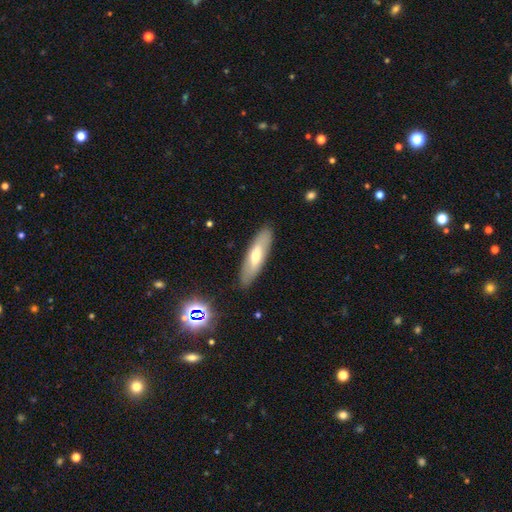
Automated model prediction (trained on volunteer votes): smooth_or_featured: smooth (p=0.54) [alt: featured or disk p=0.39]
how_rounded: cigar-shaped (p=0.59) [alt: in between p=0.39]
merging: none (p=0.87) [alt: minor disturbance p=0.09]